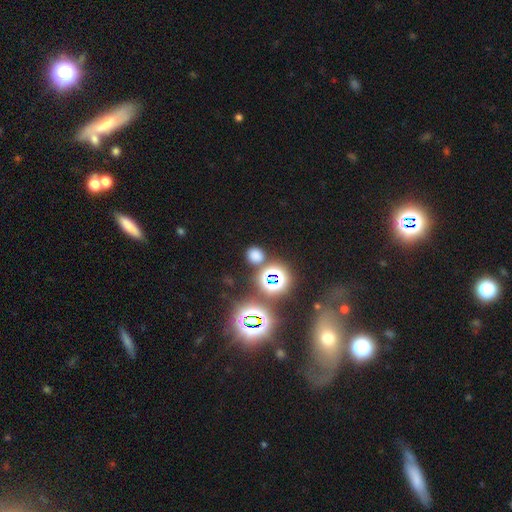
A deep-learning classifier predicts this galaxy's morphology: smooth_or_featured: smooth (p=0.63) [alt: star or artifact p=0.31]
how_rounded: round (p=0.83) [alt: in between p=0.16]
merging: none (p=0.80) [alt: minor disturbance p=0.09]